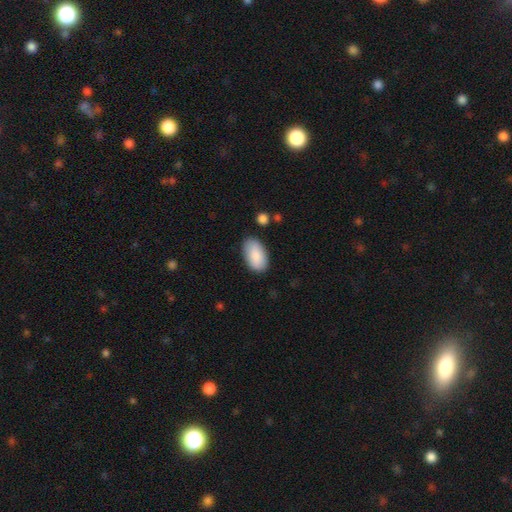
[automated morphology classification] Q: Smooth or featured?
A: smooth (89%); runner-up: featured or disk (6%)
Q: How rounded?
A: in between (95%); runner-up: round (3%)
Q: Merging?
A: none (83%); runner-up: minor disturbance (12%)